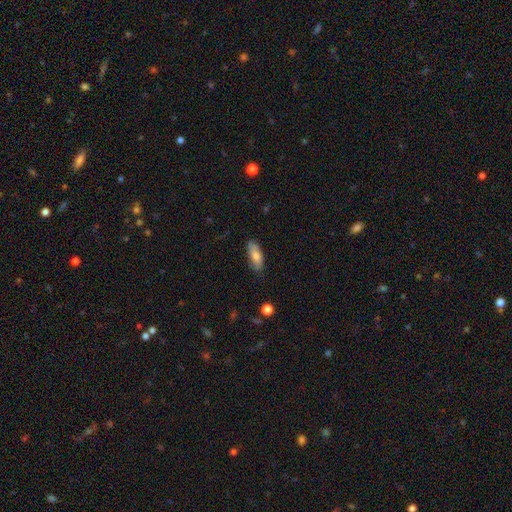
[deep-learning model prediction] This is likely a smooth galaxy (74%). How rounded: likely in between (74%). Merging: likely none (79%).